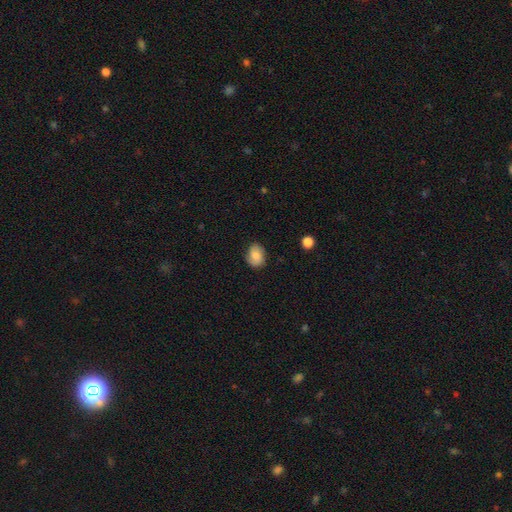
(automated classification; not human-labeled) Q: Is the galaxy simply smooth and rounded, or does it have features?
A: smooth — 62%.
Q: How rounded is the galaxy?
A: in between — 61%.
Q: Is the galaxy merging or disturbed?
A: none — 76%.